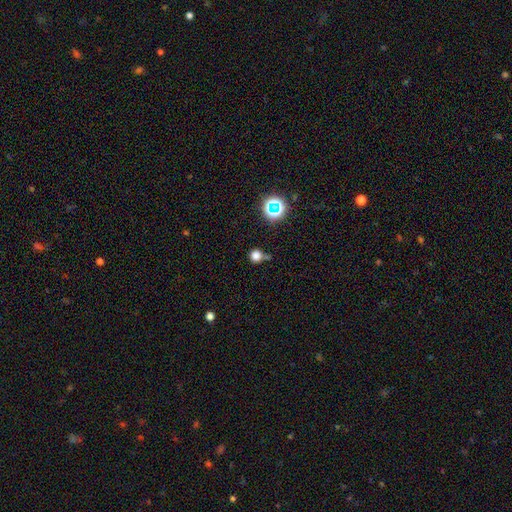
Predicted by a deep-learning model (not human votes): Smooth or featured?
  - smooth: 73% *
  - star or artifact: 21%
  - featured or disk: 6%
How rounded?
  - round: 92% *
  - in between: 7%
  - cigar-shaped: 1%
Merging?
  - none: 68% *
  - merger: 15%
  - minor disturbance: 12%
  - major disturbance: 5%